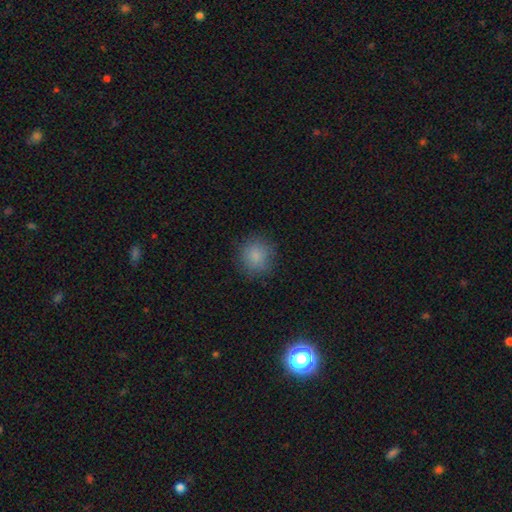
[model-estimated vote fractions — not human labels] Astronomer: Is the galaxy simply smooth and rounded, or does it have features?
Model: smooth — 85%.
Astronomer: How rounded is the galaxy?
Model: round — 91%.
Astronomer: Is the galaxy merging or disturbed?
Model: none — 86%.